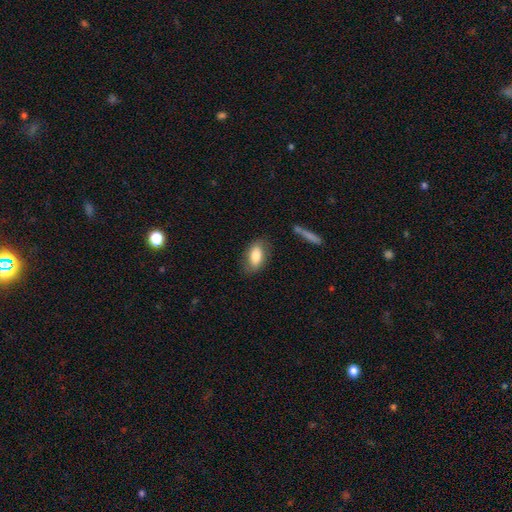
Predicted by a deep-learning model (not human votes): The model was most divided on "merging": none: 76%, minor disturbance: 17%, major disturbance: 5%, merger: 2%. More confident: how rounded — in between (89%); smooth or featured — smooth (80%).